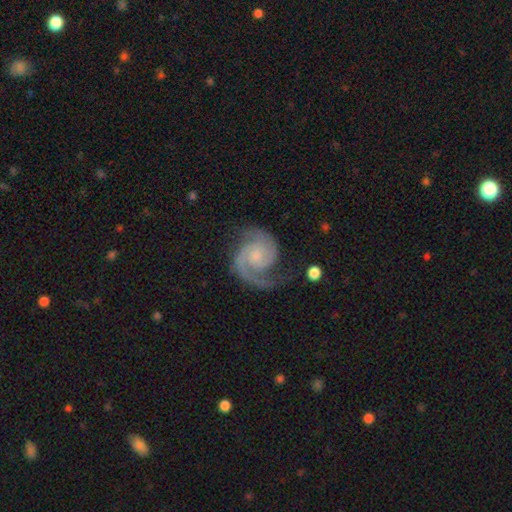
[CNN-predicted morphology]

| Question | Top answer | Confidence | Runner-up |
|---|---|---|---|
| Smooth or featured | featured or disk | 91% | smooth (5%) |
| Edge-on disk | no | 98% | yes (2%) |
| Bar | no | 67% | weak (28%) |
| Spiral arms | yes | 98% | no (2%) |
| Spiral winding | medium | 49% | tight (41%) |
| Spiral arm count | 2 | 89% | 1 (4%) |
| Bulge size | small | 53% | moderate (27%) |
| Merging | none | 70% | minor disturbance (18%) |